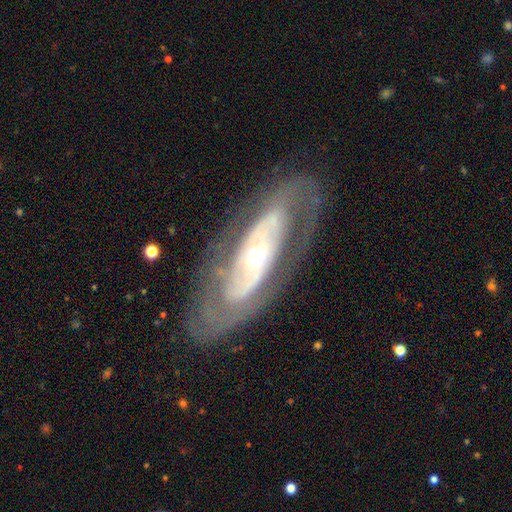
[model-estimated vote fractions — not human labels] Overall: featured or disk (83%). Edge-on disk: no (88%). Bar: no (67%). Spiral arms: yes (74%). Spiral arm count: 2 (58%; can't tell 28%). Spiral winding: tight (55%; medium 32%). Bulge size: small (52%; moderate 42%). Merging: none (77%).